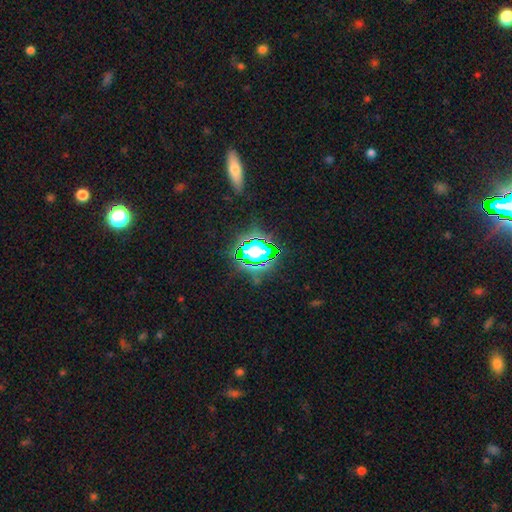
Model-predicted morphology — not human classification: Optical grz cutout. It shows a star or artifact, not a galaxy (73%).